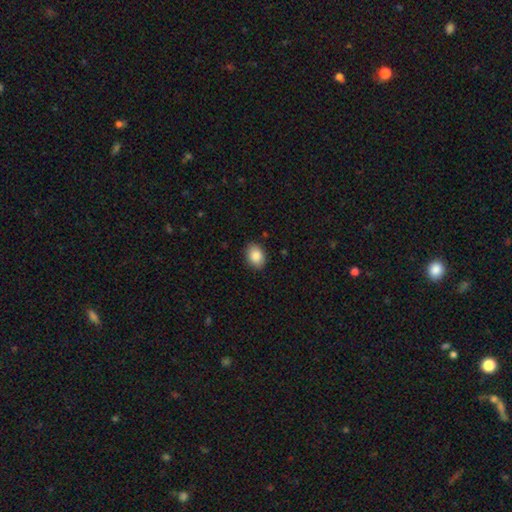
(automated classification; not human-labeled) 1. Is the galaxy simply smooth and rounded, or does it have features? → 87% smooth, 7% star or artifact, 6% featured or disk.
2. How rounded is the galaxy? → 71% in between, 28% round, 1% cigar-shaped.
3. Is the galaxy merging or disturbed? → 88% none, 9% minor disturbance, 2% major disturbance, 1% merger.